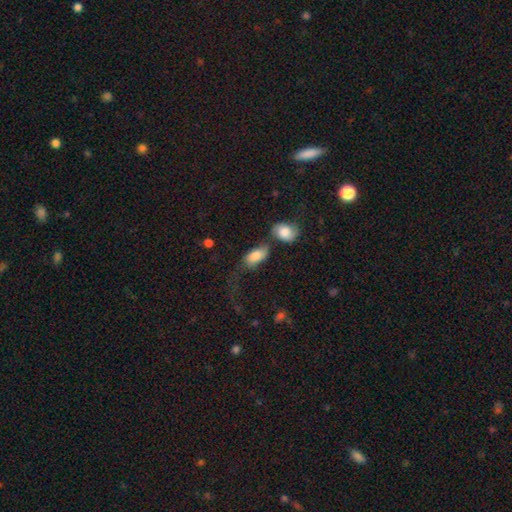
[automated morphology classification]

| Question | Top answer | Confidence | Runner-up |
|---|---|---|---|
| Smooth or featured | smooth | 80% | featured or disk (12%) |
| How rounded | in between | 91% | round (5%) |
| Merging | none | 34% | merger (32%) |